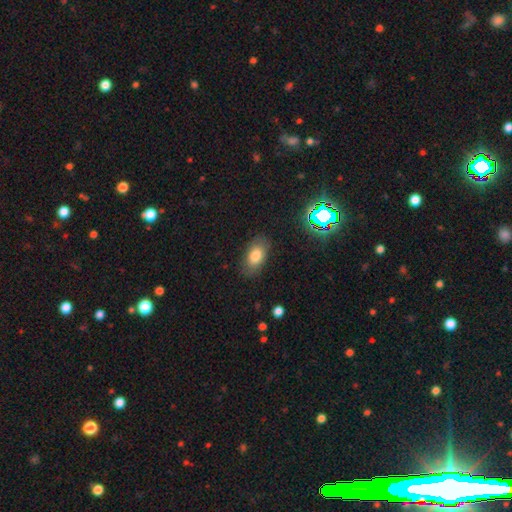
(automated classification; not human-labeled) A smooth galaxy with no disk features (77%) that is in between round and cigar-shaped (90%).

Vote fractions:
- Smooth or featured? smooth: 77% / featured or disk: 12% / star or artifact: 10%
- How rounded? in between: 90% / round: 8% / cigar-shaped: 2%
- Merging? none: 81% / minor disturbance: 14% / major disturbance: 4% / merger: 1%